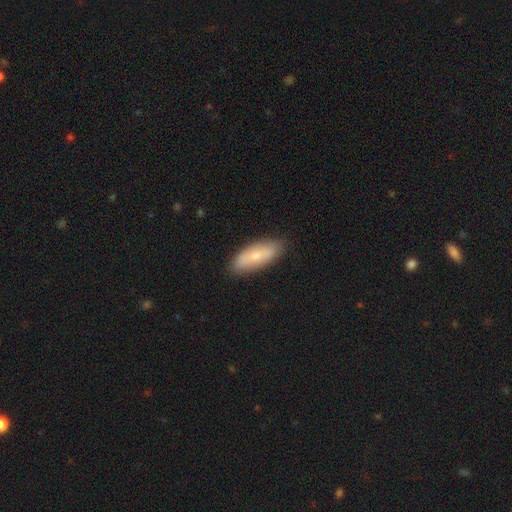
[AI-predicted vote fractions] Smooth or featured? Predicted: smooth (p=0.68). How rounded? Predicted: in between (p=0.79). Merging? Predicted: none (p=0.86).